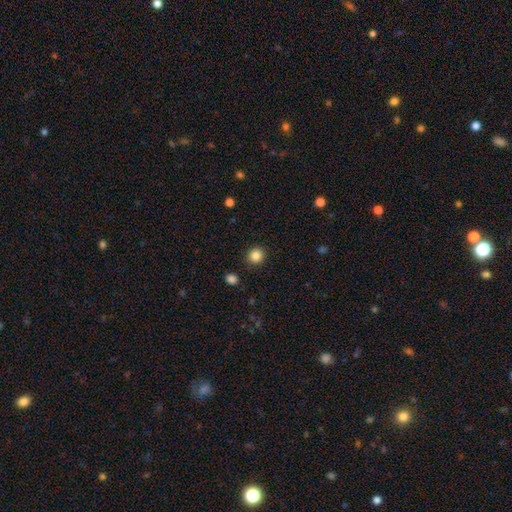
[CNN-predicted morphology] smooth_or_featured: smooth (p=0.86) [alt: star or artifact p=0.11]
how_rounded: round (p=0.86) [alt: in between p=0.13]
merging: none (p=0.89) [alt: minor disturbance p=0.07]